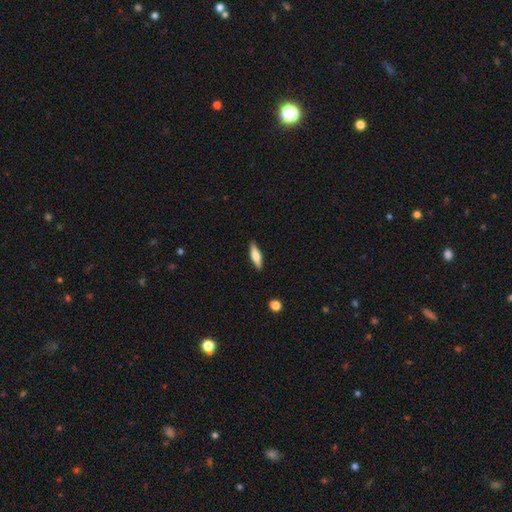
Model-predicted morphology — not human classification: Overall: smooth (61%; featured or disk 34%). How rounded: cigar-shaped (62%; in between 36%). Merging: none (89%).